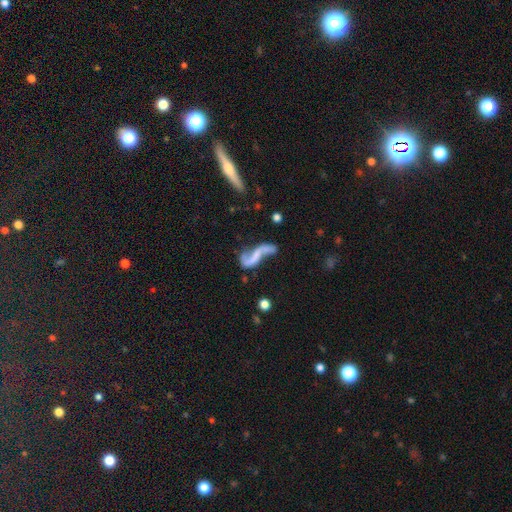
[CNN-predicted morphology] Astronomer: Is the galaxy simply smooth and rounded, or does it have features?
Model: featured or disk — 75%.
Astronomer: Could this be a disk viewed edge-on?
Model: no — 93%.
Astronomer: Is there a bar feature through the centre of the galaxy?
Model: no — 43% (runner-up: weak, 31%).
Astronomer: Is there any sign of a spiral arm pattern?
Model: yes — 84%.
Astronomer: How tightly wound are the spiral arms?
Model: loose — 87%.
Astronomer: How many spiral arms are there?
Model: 2 — 85%.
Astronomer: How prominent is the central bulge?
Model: none — 60%.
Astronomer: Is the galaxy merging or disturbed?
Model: none — 44% (runner-up: major disturbance, 22%).